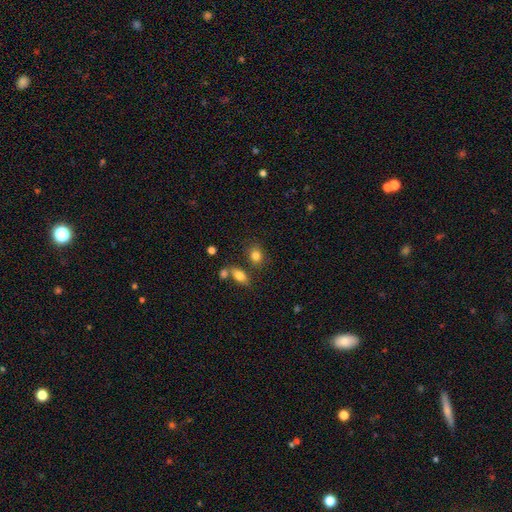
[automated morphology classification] Overall: smooth (83%). How rounded: in between (53%; round 45%). Merging: none (69%).